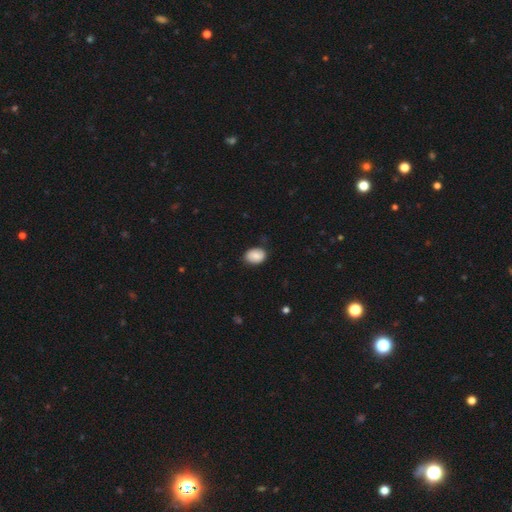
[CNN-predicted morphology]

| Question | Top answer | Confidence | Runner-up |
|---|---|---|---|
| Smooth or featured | smooth | 80% | featured or disk (13%) |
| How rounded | in between | 71% | round (28%) |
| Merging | none | 76% | minor disturbance (19%) |